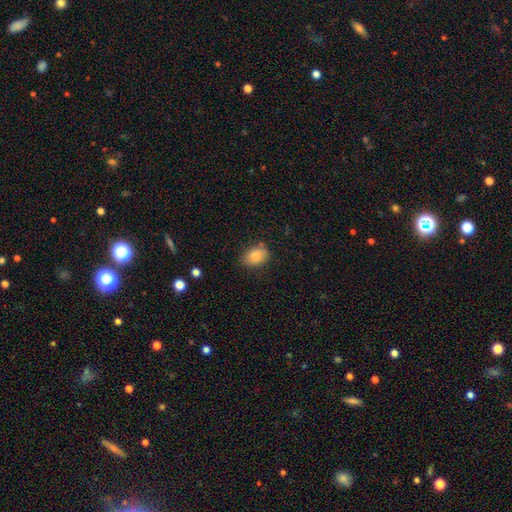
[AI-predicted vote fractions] Smooth or featured? Predicted: smooth (p=0.86). How rounded? Predicted: in between (p=0.72). Merging? Predicted: none (p=0.76).